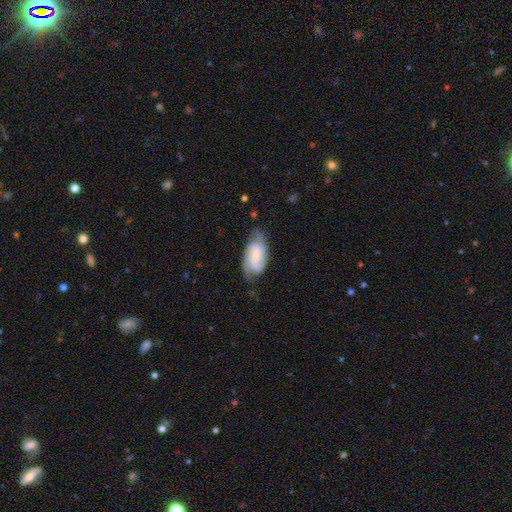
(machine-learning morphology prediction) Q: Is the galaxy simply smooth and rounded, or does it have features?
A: featured or disk — 66%.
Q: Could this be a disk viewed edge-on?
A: no — 96%.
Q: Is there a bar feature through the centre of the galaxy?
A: weak — 47%.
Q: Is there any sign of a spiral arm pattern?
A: yes — 93%.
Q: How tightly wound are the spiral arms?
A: medium — 45%.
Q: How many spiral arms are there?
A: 2 — 71%.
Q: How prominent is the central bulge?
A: small — 55%.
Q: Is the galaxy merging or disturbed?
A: none — 62%.